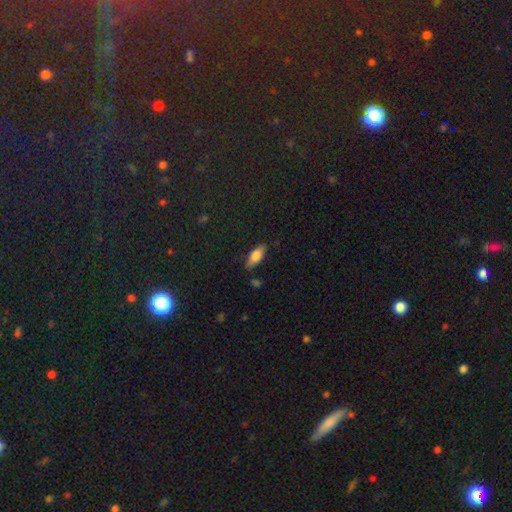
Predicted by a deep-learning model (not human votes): Overall: smooth (75%). How rounded: in between (74%). Merging: none (81%).